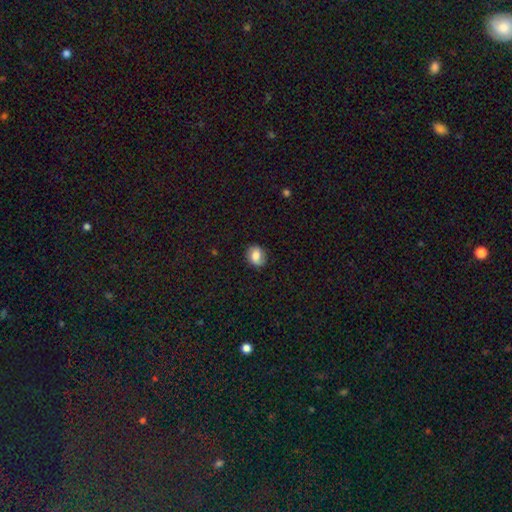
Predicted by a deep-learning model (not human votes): A smooth galaxy with no disk features (71%) that is round (54%). Merging: none (78%).